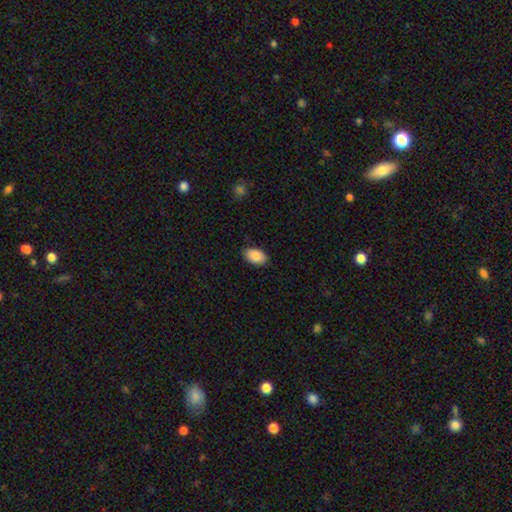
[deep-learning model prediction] smooth-or-featured: smooth: 85% | featured or disk: 8% | star or artifact: 7%
  how-rounded: in between: 91% | round: 8% | cigar-shaped: 1%
  merging: none: 86% | minor disturbance: 11% | major disturbance: 2% | merger: 1%